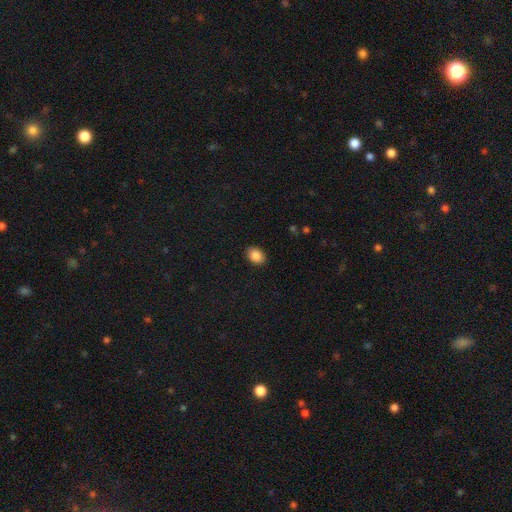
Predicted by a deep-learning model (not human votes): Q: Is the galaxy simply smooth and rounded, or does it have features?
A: smooth — 88%.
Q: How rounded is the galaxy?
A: in between — 75%.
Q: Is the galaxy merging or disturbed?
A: none — 89%.